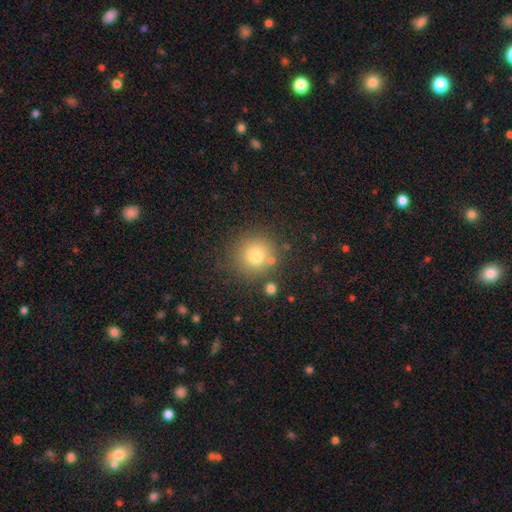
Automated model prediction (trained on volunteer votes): smooth-or-featured: smooth: 76% | star or artifact: 14% | featured or disk: 10%
  how-rounded: round: 92% | in between: 7% | cigar-shaped: 1%
  merging: none: 80% | minor disturbance: 10% | merger: 7% | major disturbance: 4%